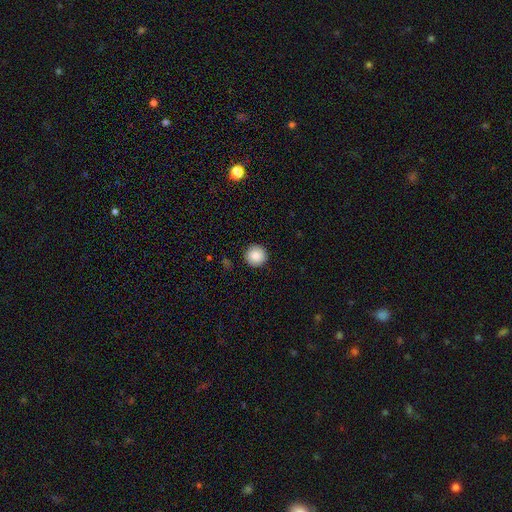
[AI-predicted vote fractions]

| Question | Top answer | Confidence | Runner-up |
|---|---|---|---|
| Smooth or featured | smooth | 87% | star or artifact (8%) |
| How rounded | round | 96% | in between (3%) |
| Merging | none | 92% | minor disturbance (5%) |